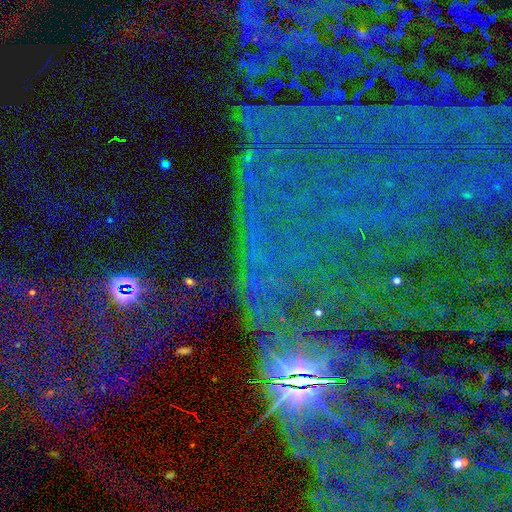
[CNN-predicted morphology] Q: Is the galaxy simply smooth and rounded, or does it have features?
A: star or artifact — 84%.